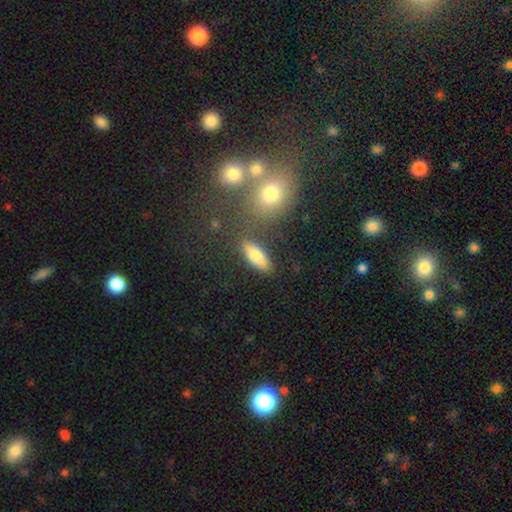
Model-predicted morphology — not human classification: Overall: smooth (75%). How rounded: in between (64%; cigar-shaped 32%). Merging: none (79%).